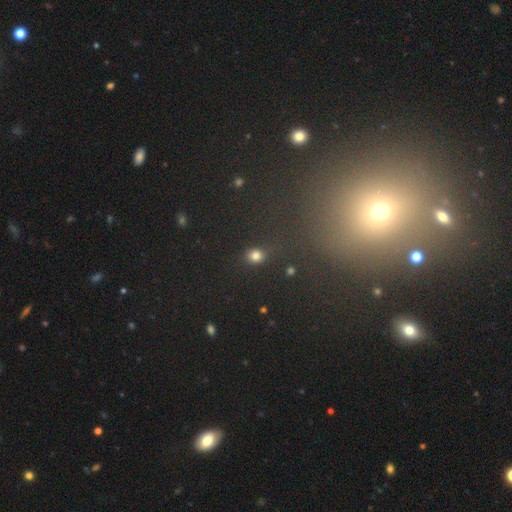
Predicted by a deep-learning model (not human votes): Overall: smooth (79%). How rounded: round (68%; in between 31%). Merging: none (84%).